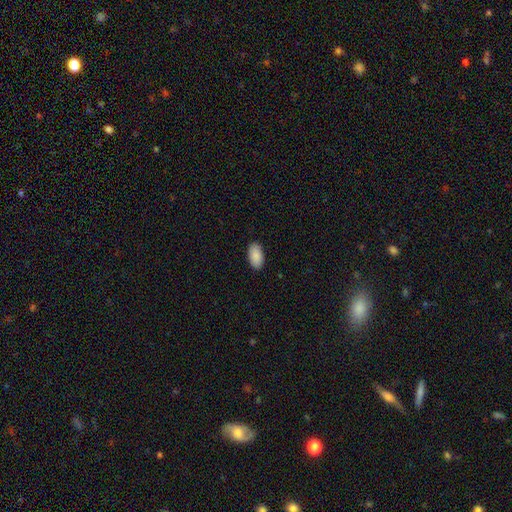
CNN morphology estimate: Smooth or featured?
  - smooth: 90% *
  - star or artifact: 6%
  - featured or disk: 4%
How rounded?
  - in between: 95% *
  - round: 3%
  - cigar-shaped: 2%
Merging?
  - none: 89% *
  - minor disturbance: 8%
  - major disturbance: 2%
  - merger: 1%